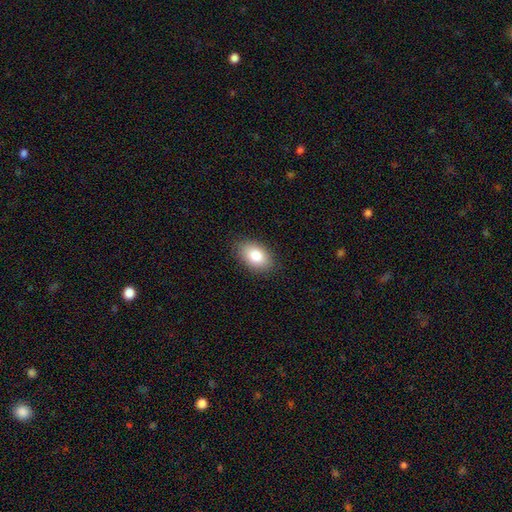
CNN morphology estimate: Overall: smooth (84%). How rounded: in between (90%). Merging: none (86%).